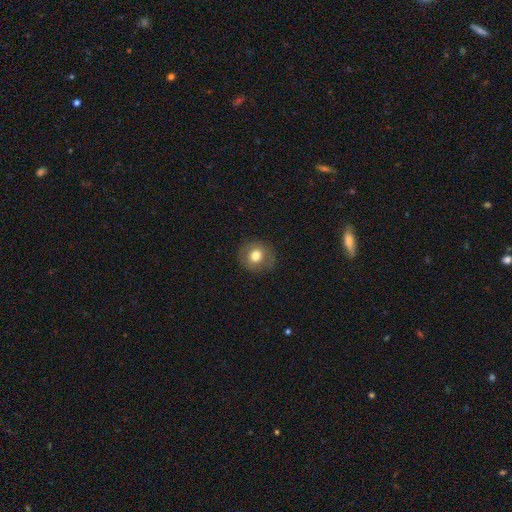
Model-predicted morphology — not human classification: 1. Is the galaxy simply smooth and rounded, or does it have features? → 72% smooth, 19% featured or disk, 10% star or artifact.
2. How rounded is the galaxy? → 86% round, 13% in between, 1% cigar-shaped.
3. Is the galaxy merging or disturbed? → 85% none, 10% minor disturbance, 4% major disturbance, 1% merger.